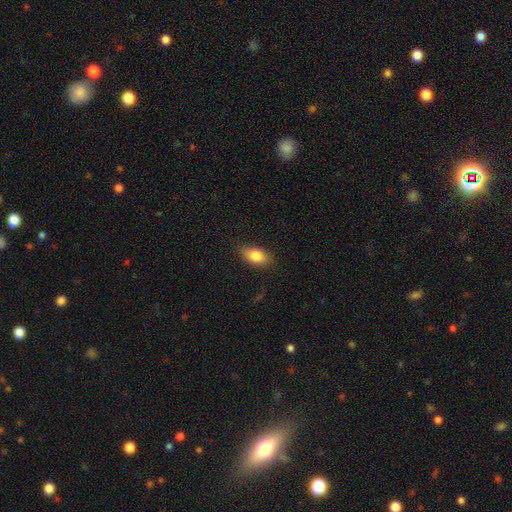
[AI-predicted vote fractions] Smooth or featured? Predicted: smooth (p=0.82). How rounded? Predicted: in between (p=0.87). Merging? Predicted: none (p=0.79).